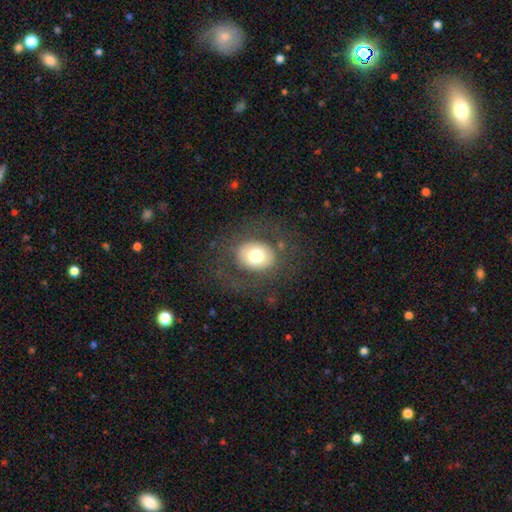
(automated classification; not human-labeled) The model was most divided on "how rounded": round: 53%, in between: 46%, cigar-shaped: 1%. More confident: merging — none (75%); smooth or featured — smooth (65%).